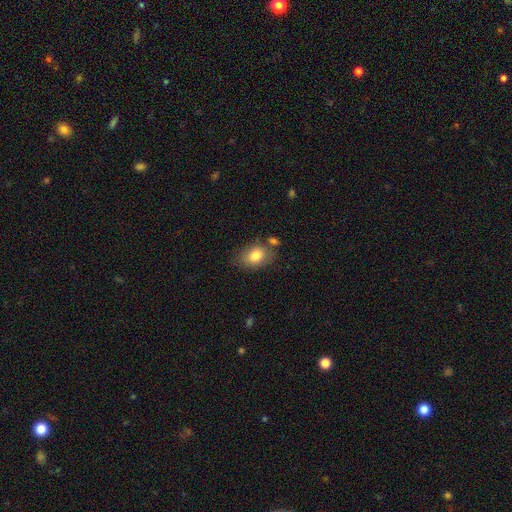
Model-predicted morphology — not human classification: This appears to be a smooth galaxy with no disk features (81%) that is in between round and cigar-shaped (79%). Merging: none (67%).